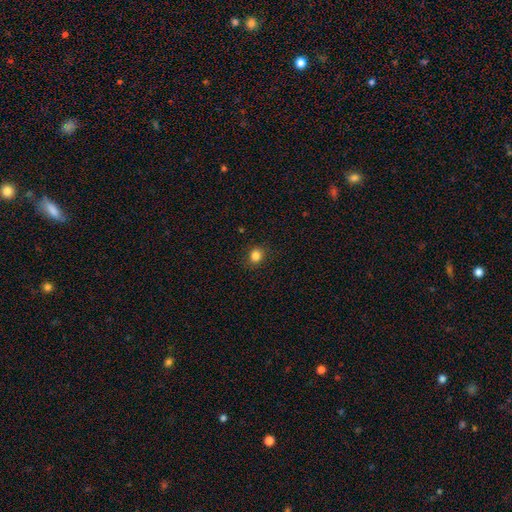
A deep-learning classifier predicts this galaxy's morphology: Smooth or featured? Predicted: smooth (p=0.84). How rounded? Predicted: round (p=0.68). Merging? Predicted: none (p=0.88).